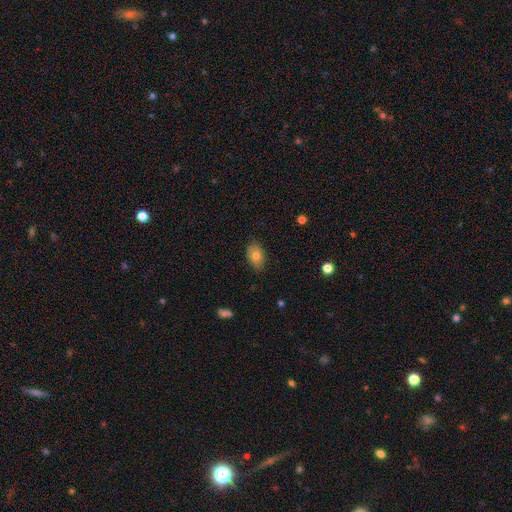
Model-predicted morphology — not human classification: Smooth or featured: smooth — 73% (featured or disk — 19%)
How rounded: in between — 85% (round — 13%)
Merging: none — 81% (minor disturbance — 15%)